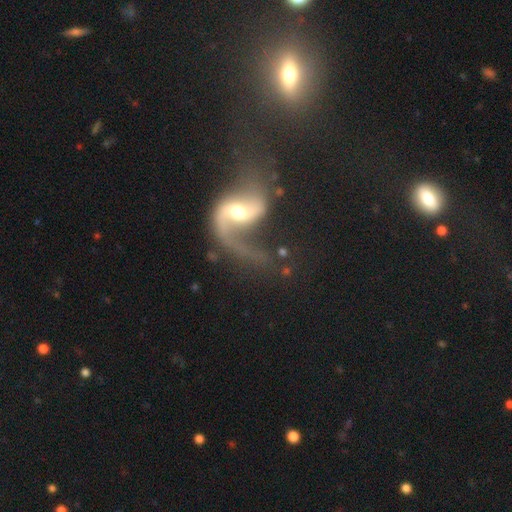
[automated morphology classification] Smooth or featured?
  - featured or disk: 86% *
  - star or artifact: 7%
  - smooth: 7%
Edge-on disk?
  - no: 96% *
  - yes: 4%
Bar?
  - weak: 38% *
  - no: 36%
  - strong: 26%
Spiral arms?
  - yes: 91% *
  - no: 9%
Spiral winding?
  - loose: 68% *
  - medium: 25%
  - tight: 7%
Spiral arm count?
  - 2: 68% *
  - 1: 25%
  - can't tell: 3%
  - 3: 1%
  - 4: 1%
  - more than 4: 1%
Bulge size?
  - moderate: 52% *
  - small: 36%
  - large: 7%
  - none: 3%
  - dominant: 2%
Merging?
  - major disturbance: 35% *
  - none: 32%
  - merger: 19%
  - minor disturbance: 15%